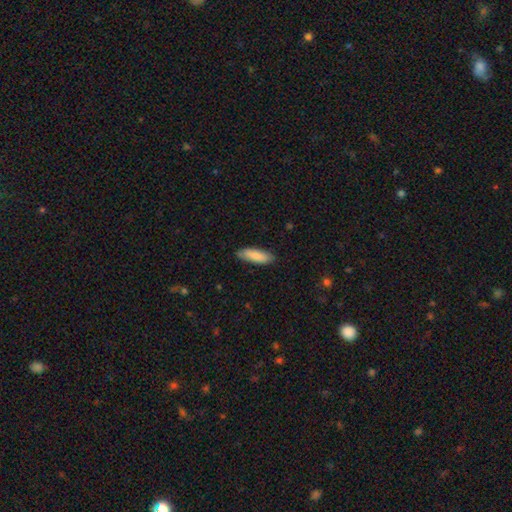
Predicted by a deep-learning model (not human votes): smooth 86%, featured or disk 9%, star or artifact 5%. Down the decision tree: how rounded — in between (56%); merging — none (83%).